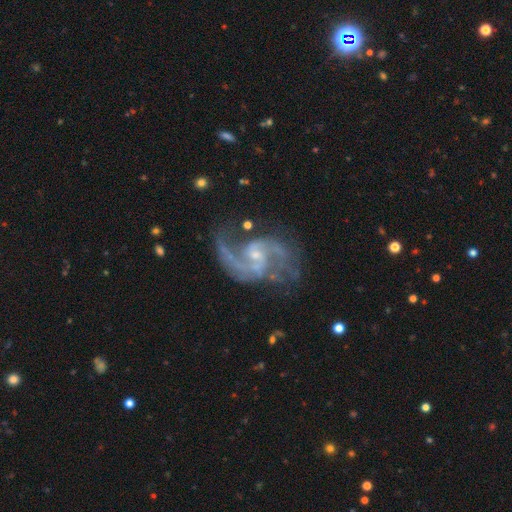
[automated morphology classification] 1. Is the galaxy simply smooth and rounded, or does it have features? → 92% featured or disk, 5% star or artifact, 3% smooth.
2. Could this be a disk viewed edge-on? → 98% no, 2% yes.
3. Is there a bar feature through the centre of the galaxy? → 45% weak (tied), 45% no (tied), 9% strong.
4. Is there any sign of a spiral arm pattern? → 98% yes, 2% no.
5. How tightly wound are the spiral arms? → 55% medium, 33% loose, 12% tight.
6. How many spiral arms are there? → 88% 2, 3% 3, 3% can't tell, 2% 1, 2% 4, 2% more than 4.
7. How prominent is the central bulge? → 72% small, 20% moderate, 6% none, 1% large, 1% dominant.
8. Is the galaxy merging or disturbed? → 65% none, 18% minor disturbance, 14% major disturbance, 3% merger.